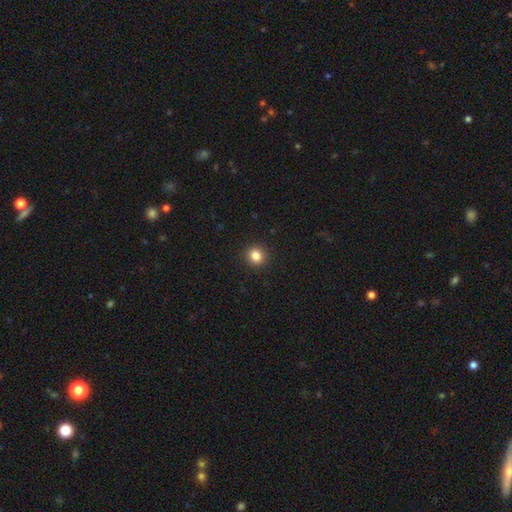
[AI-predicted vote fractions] Smooth or featured?
  - smooth: 84% *
  - star or artifact: 12%
  - featured or disk: 5%
How rounded?
  - round: 93% *
  - in between: 6%
  - cigar-shaped: 1%
Merging?
  - none: 93% *
  - minor disturbance: 5%
  - major disturbance: 2%
  - merger: 1%